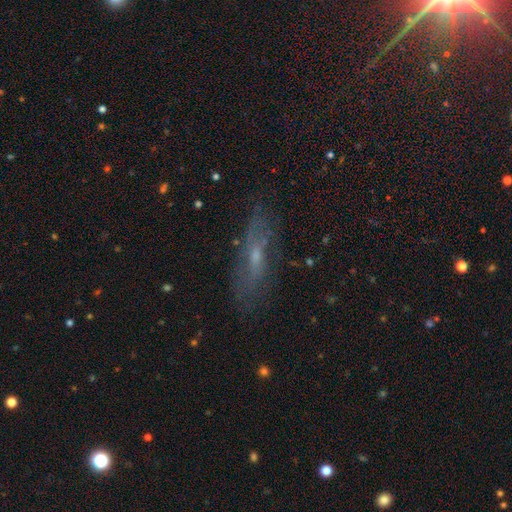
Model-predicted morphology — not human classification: type=featured or disk (50%); edge-on=no (56%); merging=none (72%).